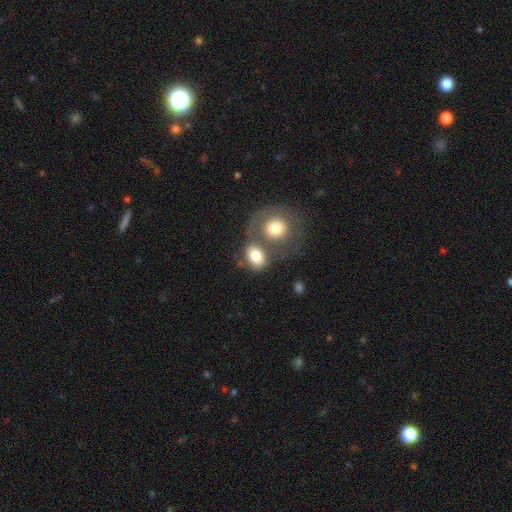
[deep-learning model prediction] This appears to be a smooth galaxy with no disk features (74%) that is in between round and cigar-shaped (51%). Merging: merger (48%).